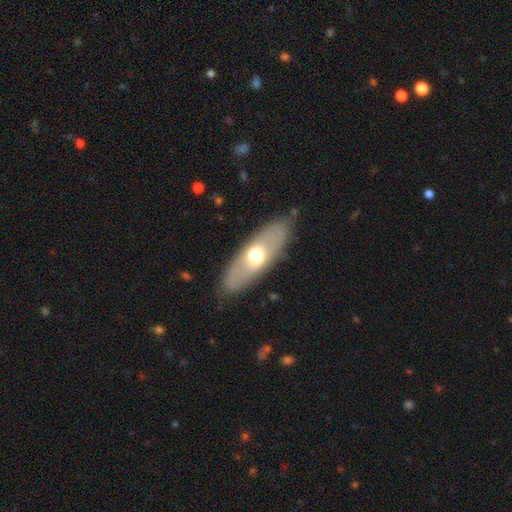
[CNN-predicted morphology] smooth_or_featured: smooth (p=0.50) [alt: featured or disk p=0.45]
merging: none (p=0.85) [alt: minor disturbance p=0.10]